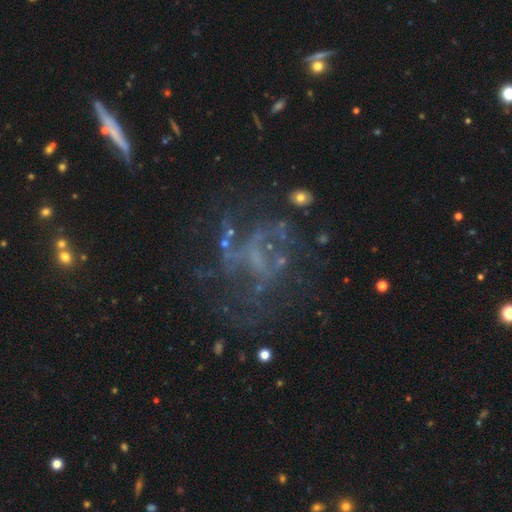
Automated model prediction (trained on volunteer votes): A featured or disk galaxy (62%) with no bar (73%), no spiral arms (60%) and no central bulge (71%).

Vote fractions:
- Smooth or featured? featured or disk: 62% / star or artifact: 25% / smooth: 13%
- Edge-on disk? no: 97% / yes: 3%
- Bar? no: 73% / weak: 19% / strong: 7%
- Spiral arms? no: 60% / yes: 40%
- Bulge size? none: 71% / small: 17% / moderate: 8% / large: 2% / dominant: 1%
- Merging? none: 50% / major disturbance: 30% / minor disturbance: 15% / merger: 5%